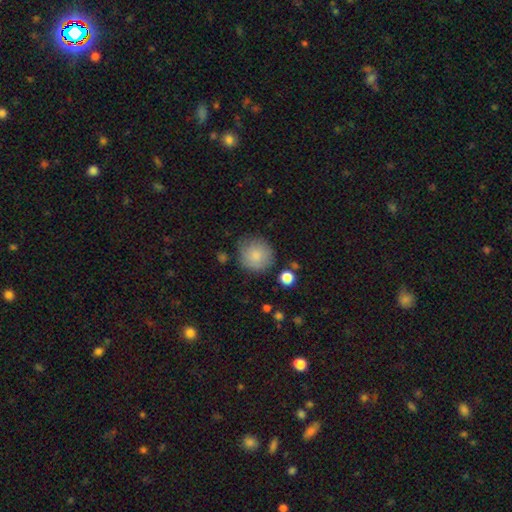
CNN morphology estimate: type=smooth (84%); roundness=round (92%); merging=none (74%).